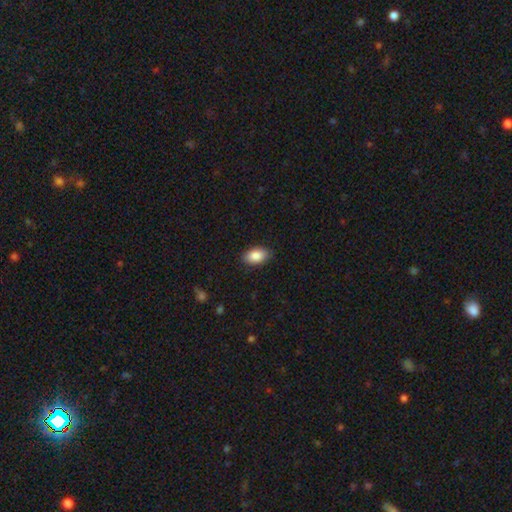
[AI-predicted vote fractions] Overall: smooth (87%). How rounded: in between (93%). Merging: none (88%).